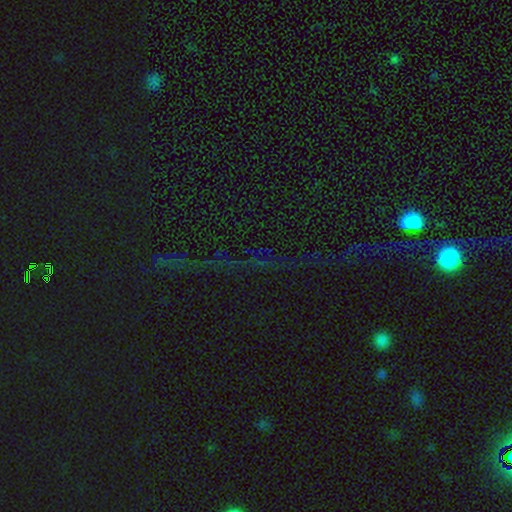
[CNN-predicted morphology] This appears to be a star or artifact, not a galaxy (77%).